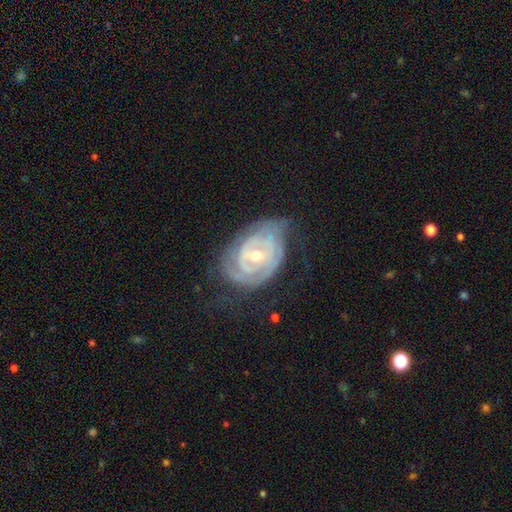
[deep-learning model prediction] A featured or disk galaxy (85%) with no bar (51%), tight (74%) spiral arms (91%) and a small central bulge (49%). Merging: none (58%).